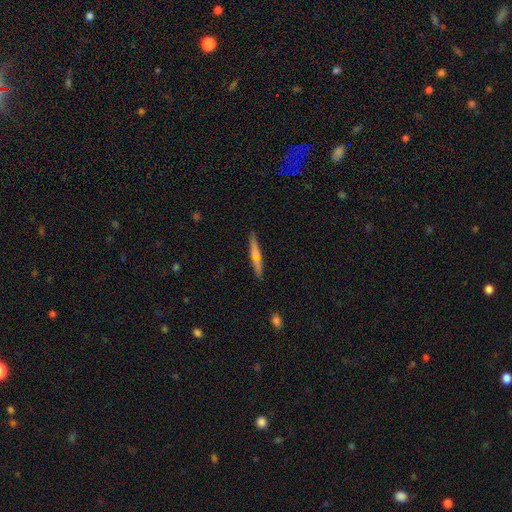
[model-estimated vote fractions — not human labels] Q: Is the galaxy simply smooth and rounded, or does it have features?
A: smooth — 61%.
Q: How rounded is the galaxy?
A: cigar-shaped — 90%.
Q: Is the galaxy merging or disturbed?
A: none — 82%.